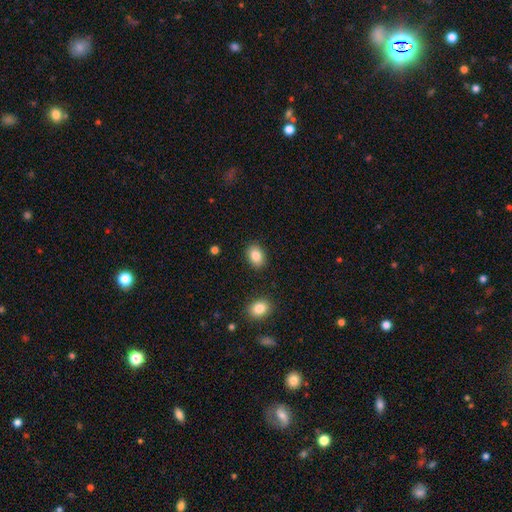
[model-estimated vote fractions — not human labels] smooth 86%, star or artifact 8%, featured or disk 6%. Down the decision tree: how rounded — in between (78%); merging — none (87%).